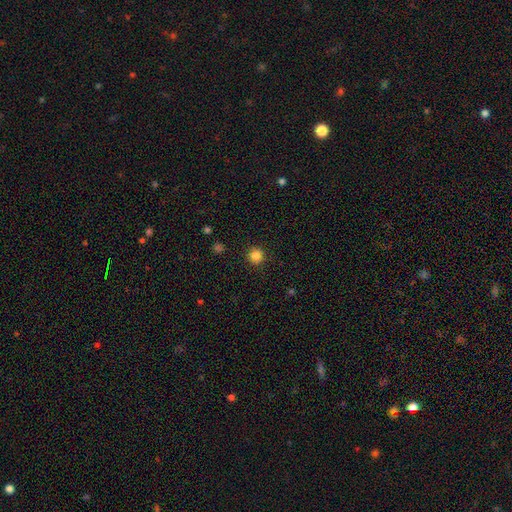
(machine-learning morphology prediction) Smooth or featured? smooth (83%)
How rounded? round (95%)
Merging? none (92%)